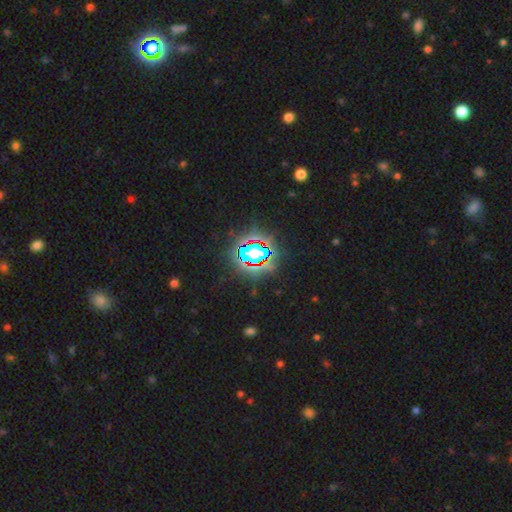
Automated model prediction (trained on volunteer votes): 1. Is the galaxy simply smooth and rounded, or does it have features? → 74% star or artifact, 16% smooth, 10% featured or disk.